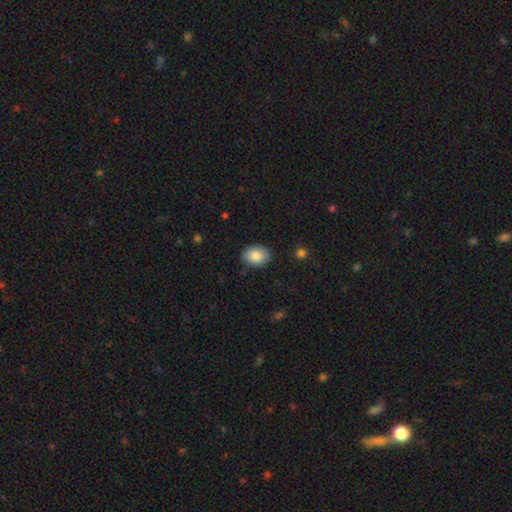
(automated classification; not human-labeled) This is clearly a smooth galaxy (86%). How rounded: likely in between (68%). Merging: clearly none (87%).